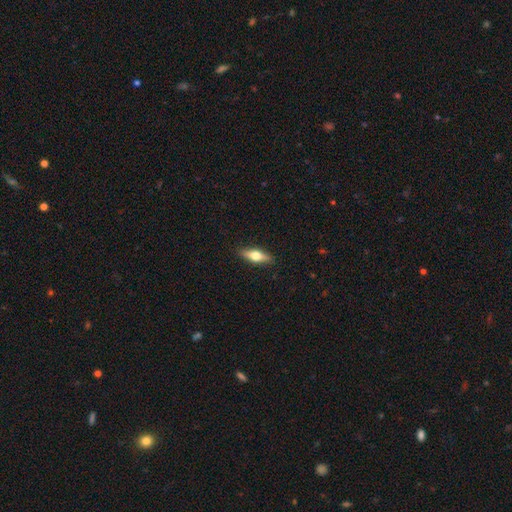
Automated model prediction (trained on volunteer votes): Smooth or featured? Predicted: smooth (p=0.51). How rounded? Predicted: in between (p=0.52). Merging? Predicted: none (p=0.89).